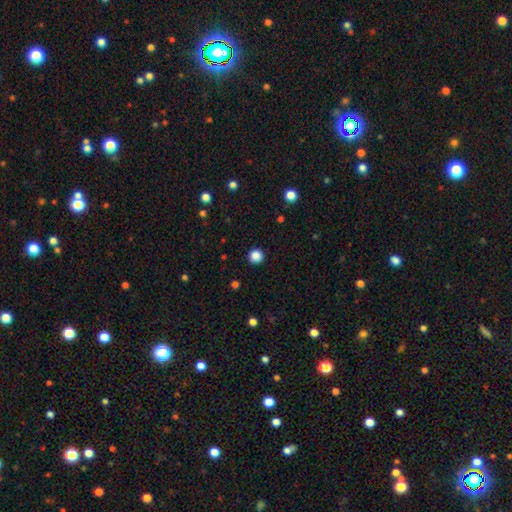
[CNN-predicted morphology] Smooth or featured? smooth (87%)
How rounded? round (96%)
Merging? none (93%)